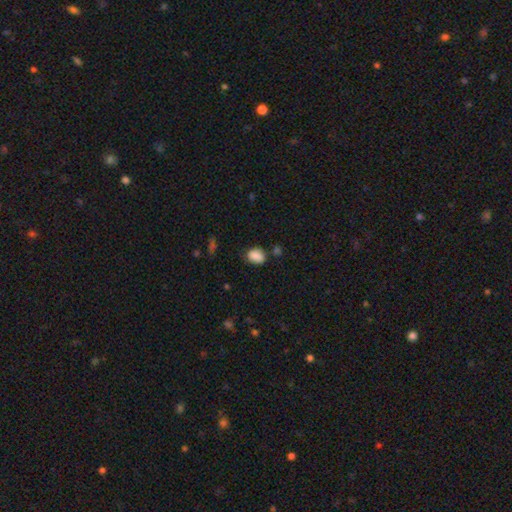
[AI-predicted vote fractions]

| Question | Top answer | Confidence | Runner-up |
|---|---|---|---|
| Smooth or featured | smooth | 86% | star or artifact (9%) |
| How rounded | in between | 73% | round (26%) |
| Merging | none | 67% | minor disturbance (21%) |